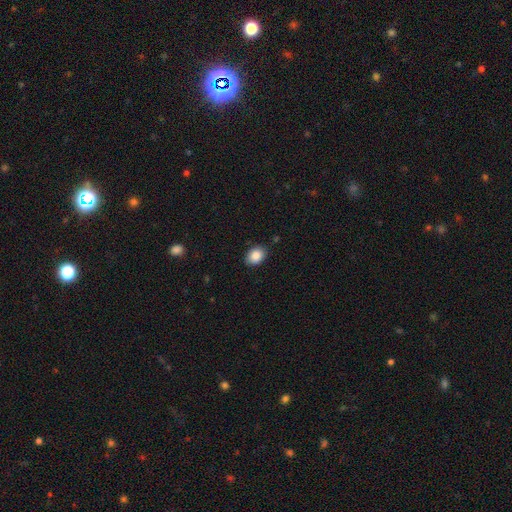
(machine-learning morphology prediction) The model was most divided on "how rounded": in between: 72%, round: 27%, cigar-shaped: 1%. More confident: smooth or featured — smooth (88%); merging — none (86%).